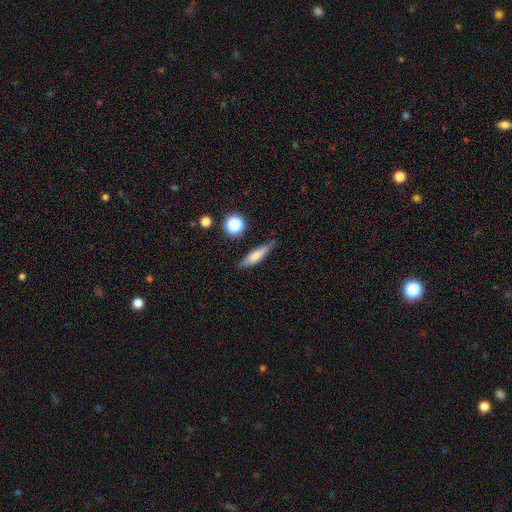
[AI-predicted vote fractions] This is likely a smooth galaxy (65%). How rounded: likely cigar-shaped (69%). Merging: likely none (78%).